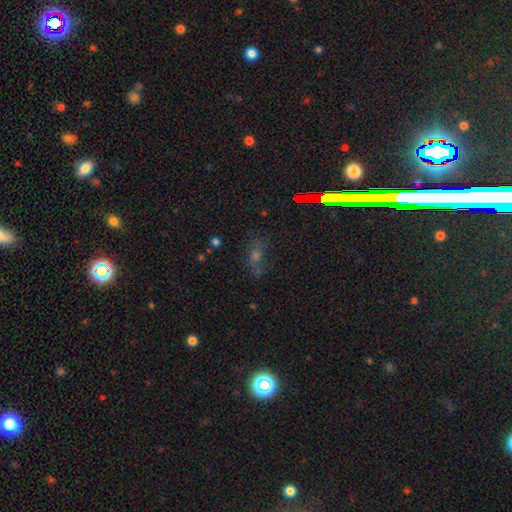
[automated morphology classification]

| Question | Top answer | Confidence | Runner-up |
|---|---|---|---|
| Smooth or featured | star or artifact | 40% | smooth (33%) |